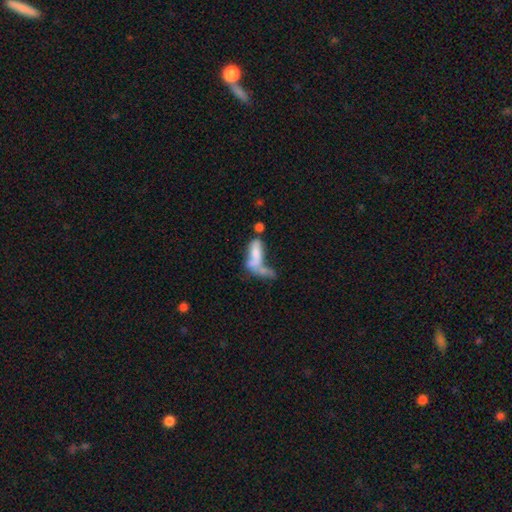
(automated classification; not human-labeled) Q: Smooth or featured?
A: smooth (58%); runner-up: featured or disk (32%)
Q: How rounded?
A: in between (68%); runner-up: cigar-shaped (29%)
Q: Merging?
A: merger (51%); runner-up: major disturbance (23%)